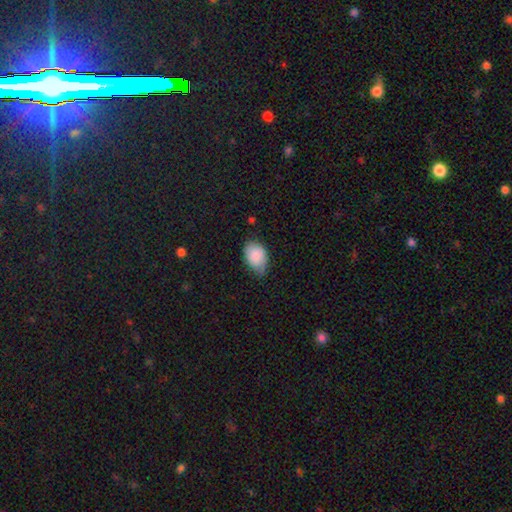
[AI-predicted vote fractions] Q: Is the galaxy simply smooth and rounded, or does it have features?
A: smooth — 85%.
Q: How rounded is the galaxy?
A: in between — 84%.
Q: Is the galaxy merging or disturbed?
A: none — 53%.